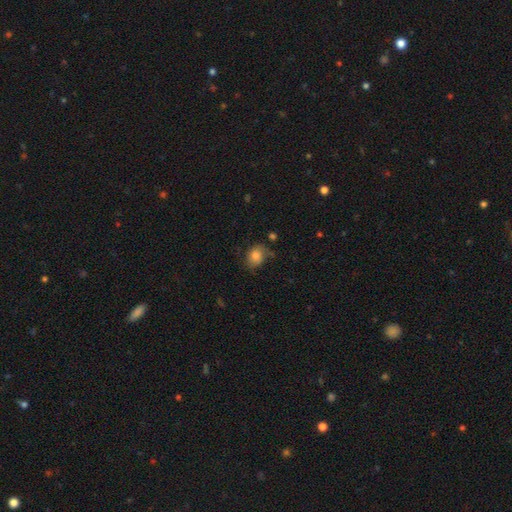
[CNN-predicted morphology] This appears to be a smooth galaxy with no disk features (73%) that is in between round and cigar-shaped (54%). Merging: none (55%).